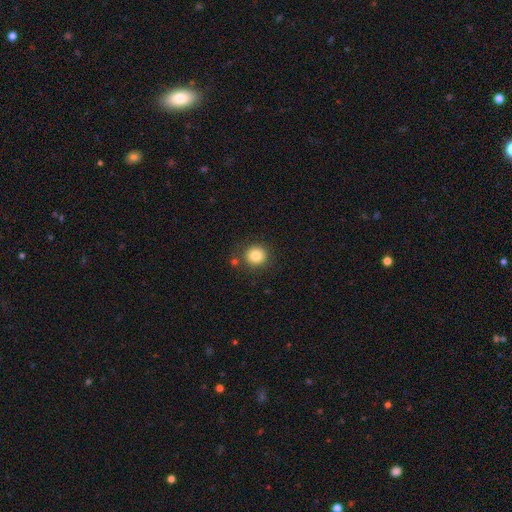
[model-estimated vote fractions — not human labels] This is clearly a smooth galaxy (83%). How rounded: clearly round (91%). Merging: clearly none (83%).